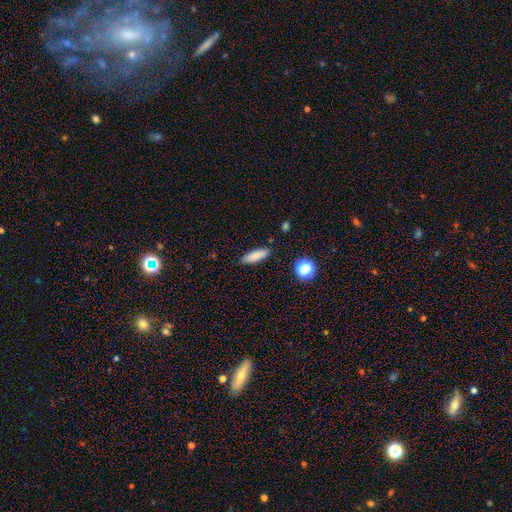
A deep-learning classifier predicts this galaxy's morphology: Overall: smooth (83%). How rounded: cigar-shaped (52%; in between 45%). Merging: none (86%).